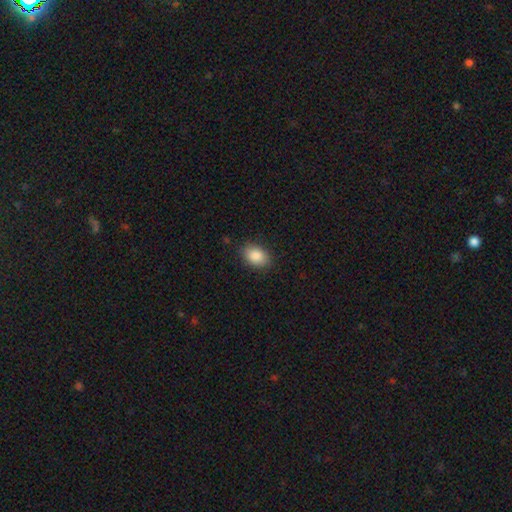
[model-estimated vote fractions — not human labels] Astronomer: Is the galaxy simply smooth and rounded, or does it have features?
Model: smooth — 88%.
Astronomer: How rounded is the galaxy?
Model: in between — 84%.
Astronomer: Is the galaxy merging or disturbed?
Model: none — 85%.